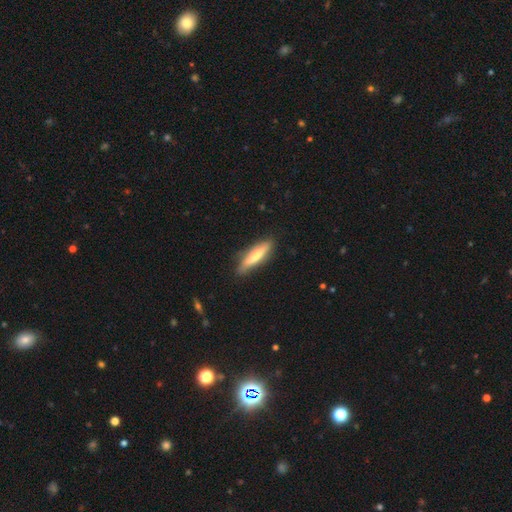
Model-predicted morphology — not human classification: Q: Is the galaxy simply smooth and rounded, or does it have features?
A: smooth — 60%.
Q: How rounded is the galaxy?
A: cigar-shaped — 79%.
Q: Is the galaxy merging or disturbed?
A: none — 84%.